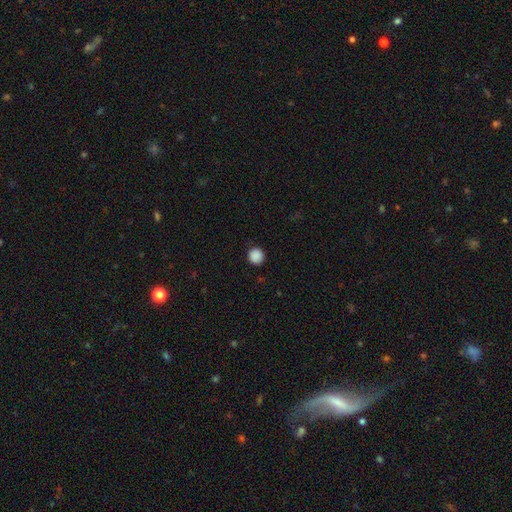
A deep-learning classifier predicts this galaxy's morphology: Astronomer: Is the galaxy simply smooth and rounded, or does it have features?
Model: smooth — 89%.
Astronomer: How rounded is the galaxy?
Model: round — 94%.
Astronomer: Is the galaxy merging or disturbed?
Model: none — 90%.